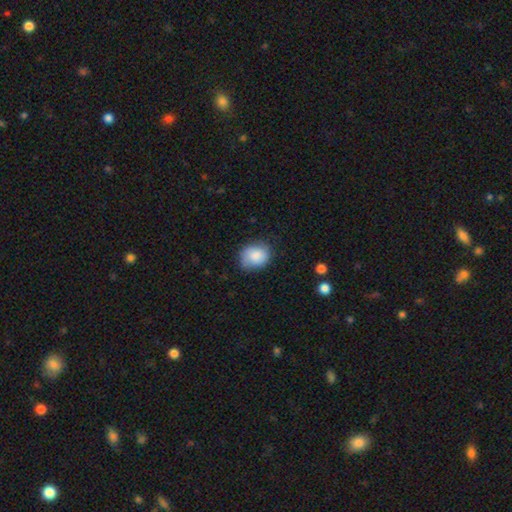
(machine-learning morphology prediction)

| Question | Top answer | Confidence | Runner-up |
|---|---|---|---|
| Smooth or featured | smooth | 81% | featured or disk (12%) |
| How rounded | round | 55% | in between (44%) |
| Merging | none | 70% | minor disturbance (24%) |